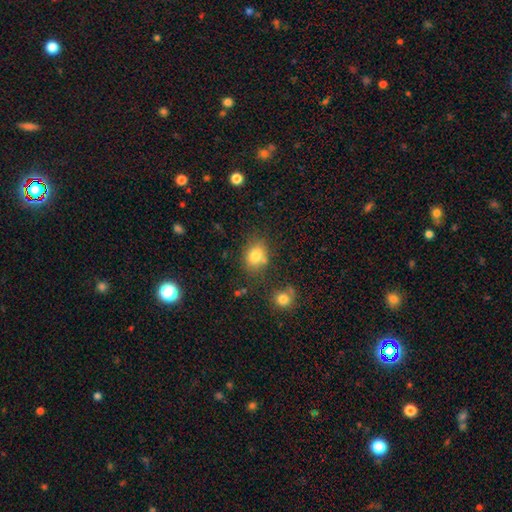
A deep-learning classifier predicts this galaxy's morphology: A smooth galaxy with no disk features (80%) that is in between round and cigar-shaped (55%).

Vote fractions:
- Smooth or featured? smooth: 80% / star or artifact: 11% / featured or disk: 9%
- How rounded? in between: 55% / round: 43% / cigar-shaped: 1%
- Merging? none: 67% / minor disturbance: 16% / merger: 12% / major disturbance: 5%